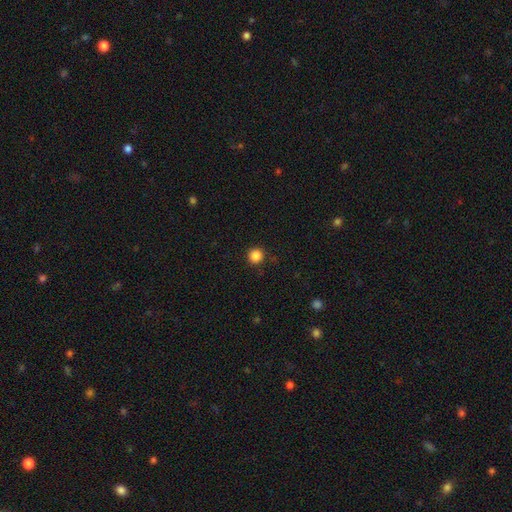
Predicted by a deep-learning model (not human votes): Overall: smooth (86%). How rounded: round (95%). Merging: none (91%).